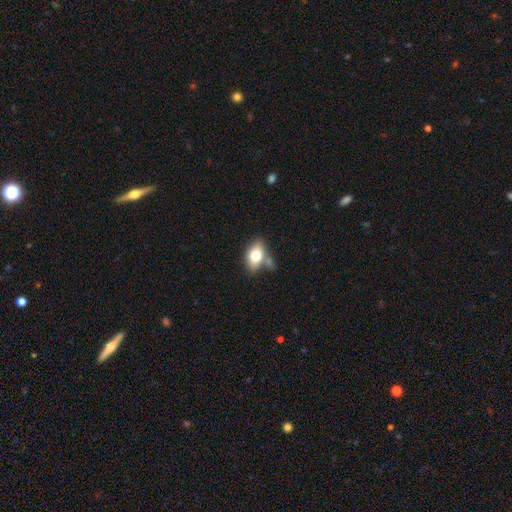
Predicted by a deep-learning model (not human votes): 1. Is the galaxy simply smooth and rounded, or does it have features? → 71% smooth, 21% featured or disk, 8% star or artifact.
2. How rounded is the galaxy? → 85% in between, 12% round, 3% cigar-shaped.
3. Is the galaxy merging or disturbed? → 53% none, 21% minor disturbance, 18% merger, 8% major disturbance.